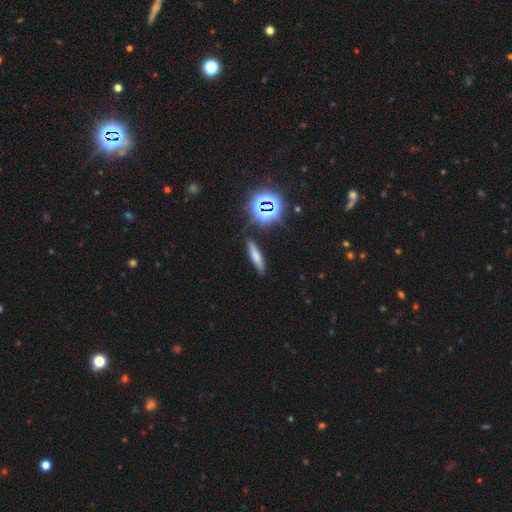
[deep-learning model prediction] The model was most divided on "smooth or featured": smooth: 63%, featured or disk: 19%, star or artifact: 18%. More confident: merging — none (84%); how rounded — cigar-shaped (77%).